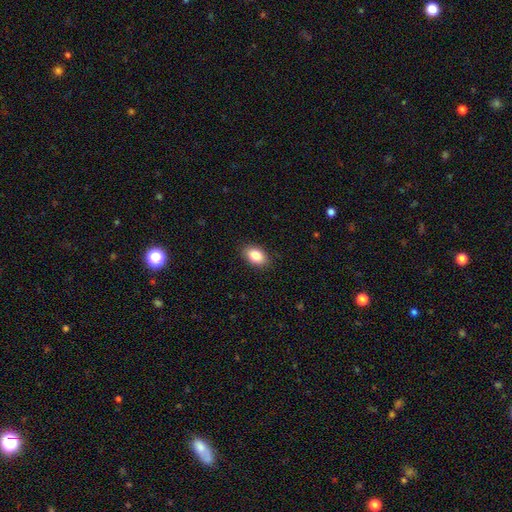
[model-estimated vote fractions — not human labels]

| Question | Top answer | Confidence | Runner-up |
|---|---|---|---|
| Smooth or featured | smooth | 85% | star or artifact (8%) |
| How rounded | in between | 88% | round (11%) |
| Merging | none | 88% | minor disturbance (9%) |